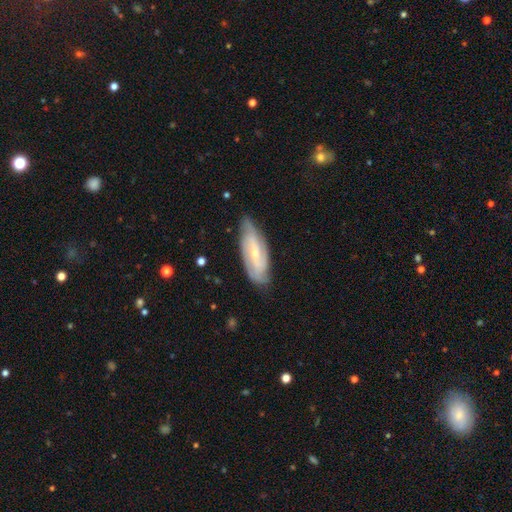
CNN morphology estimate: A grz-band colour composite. It shows a featured or disk galaxy (67%) with no bar (48%), spiral arms (86%) and a small central bulge (68%). Merging: none (78%).